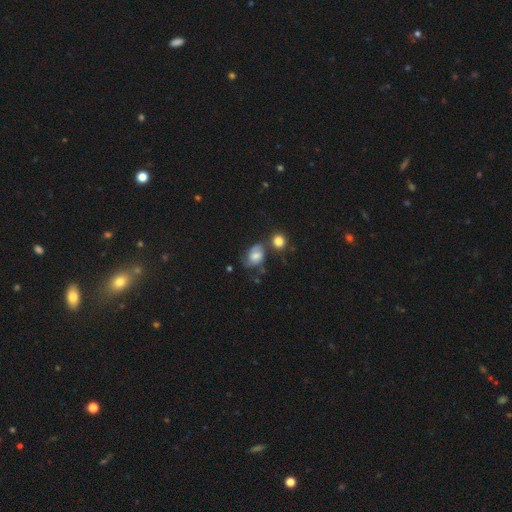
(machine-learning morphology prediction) Smooth or featured?
  - featured or disk: 46% *
  - smooth: 43%
  - star or artifact: 10%
Merging?
  - none: 42% *
  - minor disturbance: 26%
  - merger: 16%
  - major disturbance: 16%